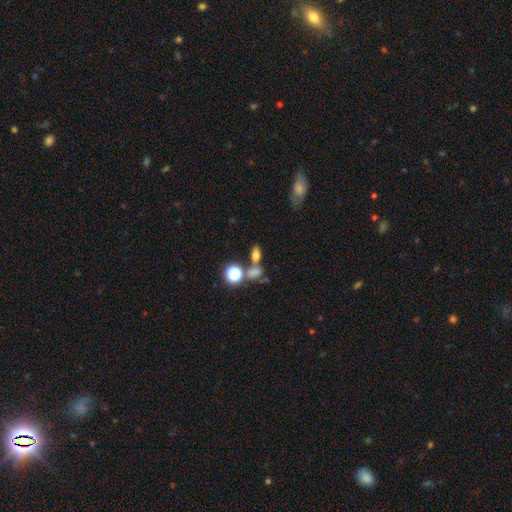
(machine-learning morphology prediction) This appears to be a smooth galaxy with no disk features (67%) that is in between round and cigar-shaped (75%). Merging: none (54%).